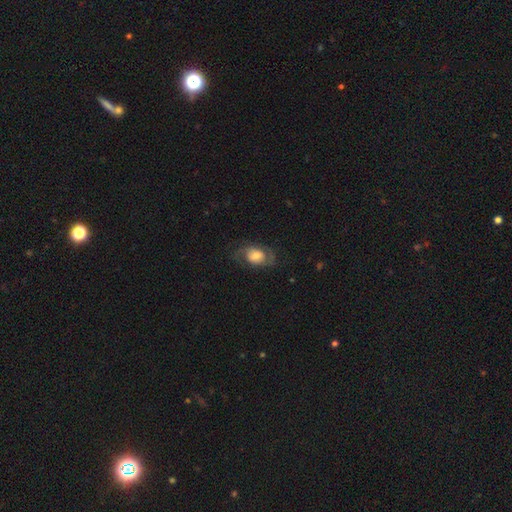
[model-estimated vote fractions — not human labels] A featured or disk galaxy (57%) with no bar (58%), spiral arms (84%) and a moderate central bulge (46%). Merging: none (64%).